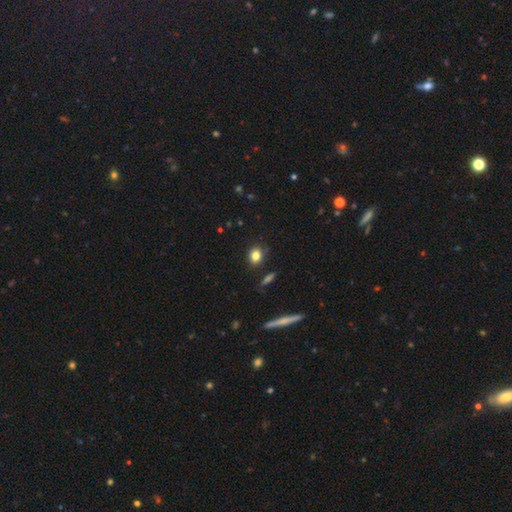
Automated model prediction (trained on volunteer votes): This is clearly a smooth galaxy (81%). How rounded: possibly round (52%). Merging: clearly none (85%).